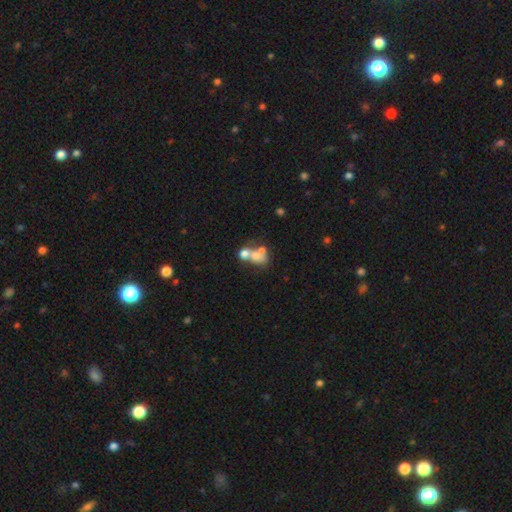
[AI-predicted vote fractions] Smooth or featured? Predicted: smooth (p=0.51). How rounded? Predicted: round (p=0.51). Merging? Predicted: merger (p=0.62).